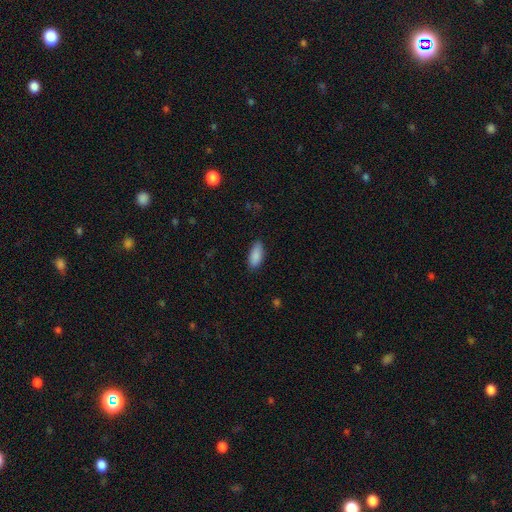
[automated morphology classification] Q: Smooth or featured?
A: smooth (89%); runner-up: star or artifact (6%)
Q: How rounded?
A: in between (85%); runner-up: cigar-shaped (13%)
Q: Merging?
A: none (84%); runner-up: minor disturbance (12%)